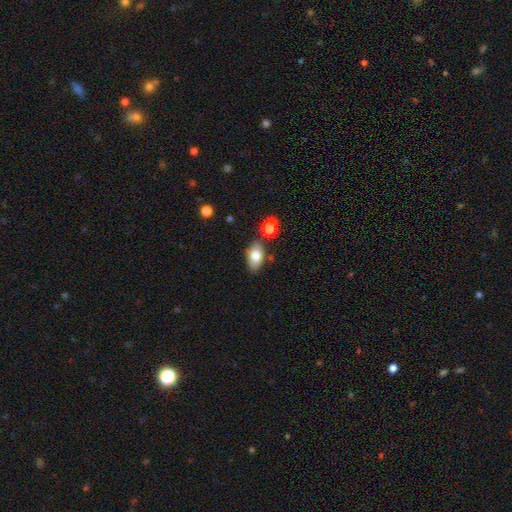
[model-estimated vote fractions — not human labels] Smooth or featured: smooth — 77% (featured or disk — 14%)
How rounded: in between — 90% (round — 7%)
Merging: none — 76% (minor disturbance — 13%)